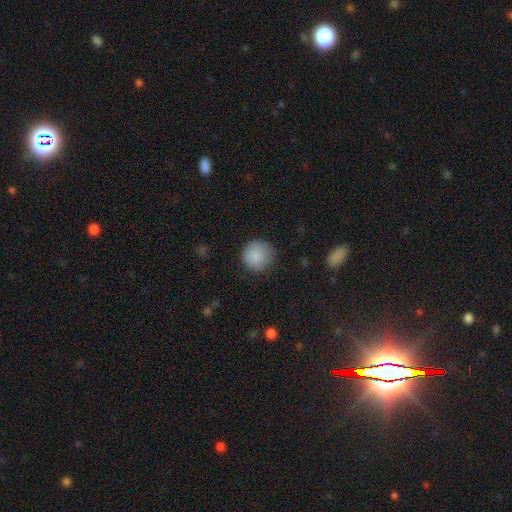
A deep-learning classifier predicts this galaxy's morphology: smooth 88%, star or artifact 8%, featured or disk 4%. Down the decision tree: how rounded — round (94%); merging — none (84%).